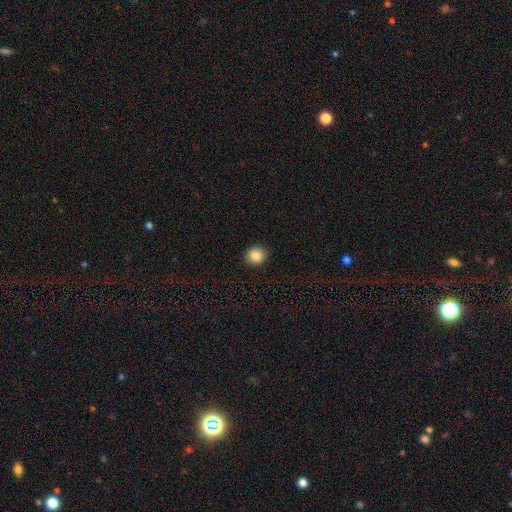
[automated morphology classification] This appears to be a smooth galaxy with no disk features (86%) that is round (81%). Merging: none (91%).